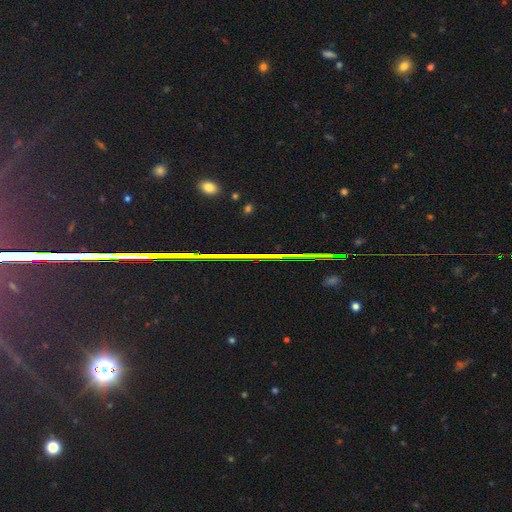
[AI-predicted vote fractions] smooth_or_featured: star or artifact (p=0.84) [alt: featured or disk p=0.09]